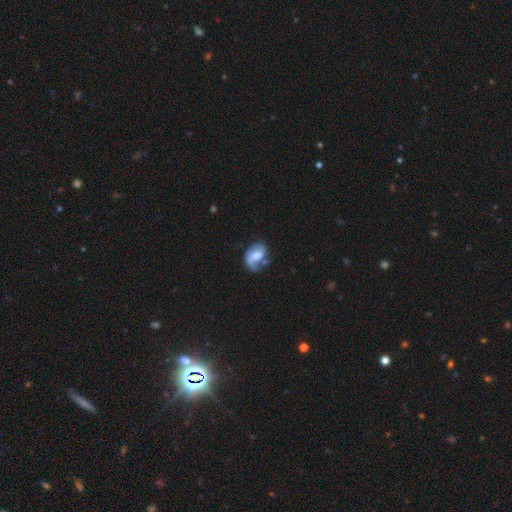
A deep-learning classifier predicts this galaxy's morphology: Smooth or featured?
  - featured or disk: 53% *
  - smooth: 39%
  - star or artifact: 8%
Edge-on disk?
  - no: 97% *
  - yes: 3%
Bar?
  - no: 46% *
  - weak: 41%
  - strong: 14%
Spiral arms?
  - yes: 75% *
  - no: 25%
Bulge size?
  - moderate: 45% *
  - large: 21%
  - small: 20%
  - none: 10%
  - dominant: 3%
Merging?
  - none: 38% *
  - minor disturbance: 26%
  - major disturbance: 25%
  - merger: 11%